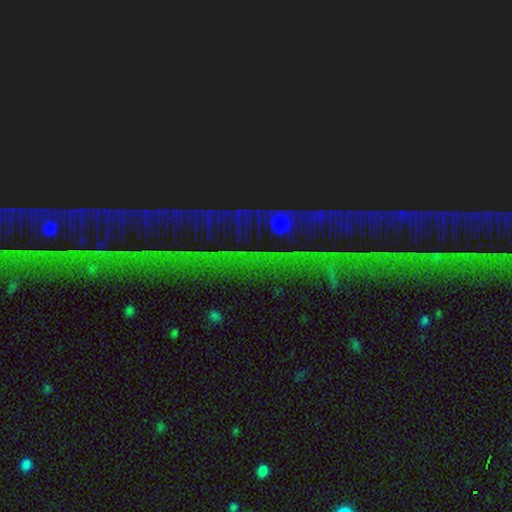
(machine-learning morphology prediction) Smooth or featured? Predicted: star or artifact (p=0.86).